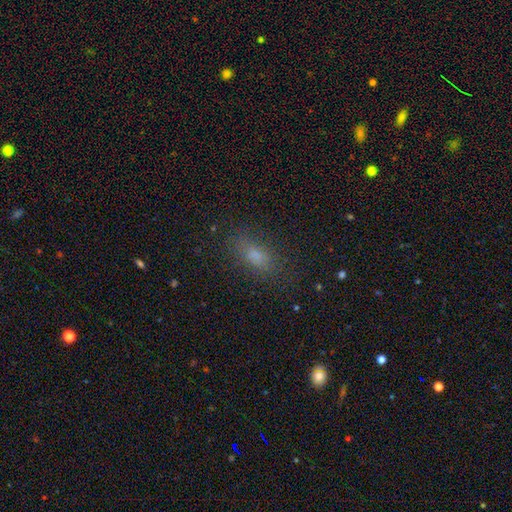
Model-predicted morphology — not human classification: This is likely a smooth galaxy (74%). How rounded: likely in between (78%). Merging: clearly none (80%).